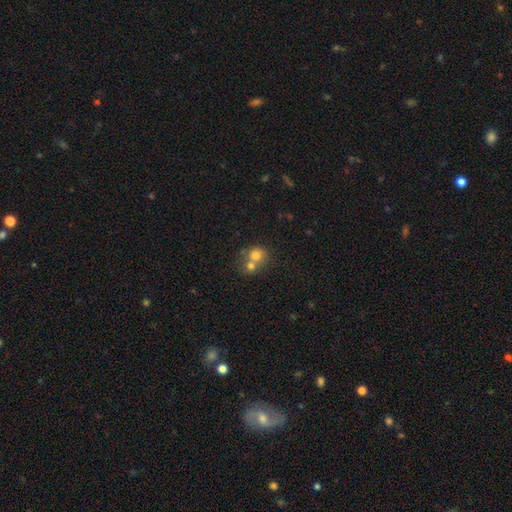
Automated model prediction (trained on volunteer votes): Smooth or featured? Predicted: smooth (p=0.74). How rounded? Predicted: round (p=0.81). Merging? Predicted: merger (p=0.53).